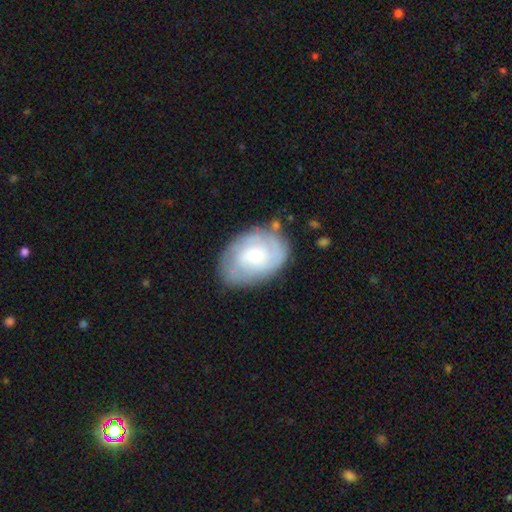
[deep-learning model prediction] Smooth or featured?
  - featured or disk: 56% *
  - smooth: 37%
  - star or artifact: 6%
Edge-on disk?
  - no: 96% *
  - yes: 4%
Bar?
  - no: 66% *
  - weak: 30%
  - strong: 4%
Spiral arms?
  - yes: 78% *
  - no: 22%
Bulge size?
  - moderate: 49% *
  - small: 39%
  - large: 8%
  - none: 3%
  - dominant: 1%
Merging?
  - none: 72% *
  - minor disturbance: 19%
  - major disturbance: 6%
  - merger: 3%